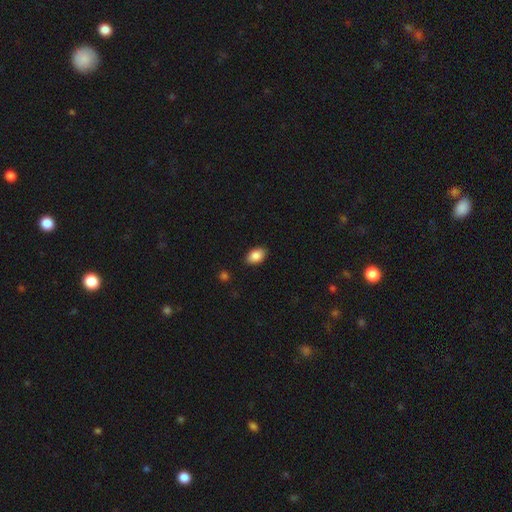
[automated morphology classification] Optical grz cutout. It shows a smooth galaxy with no disk features (86%) that is in between round and cigar-shaped (88%). Merging: none (88%).